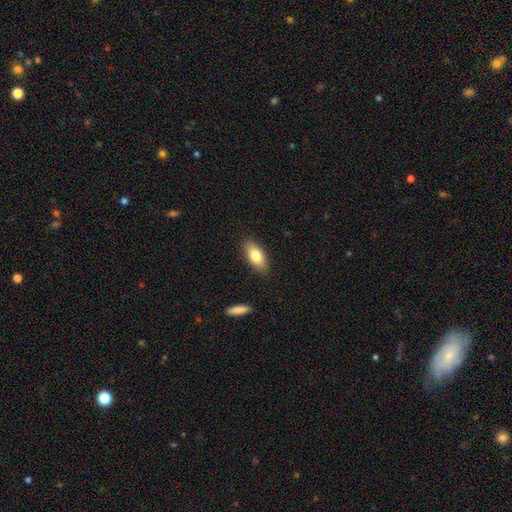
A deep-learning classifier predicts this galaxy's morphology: smooth_or_featured: smooth (p=0.80) [alt: featured or disk p=0.14]
how_rounded: in between (p=0.86) [alt: cigar-shaped p=0.11]
merging: none (p=0.87) [alt: minor disturbance p=0.10]